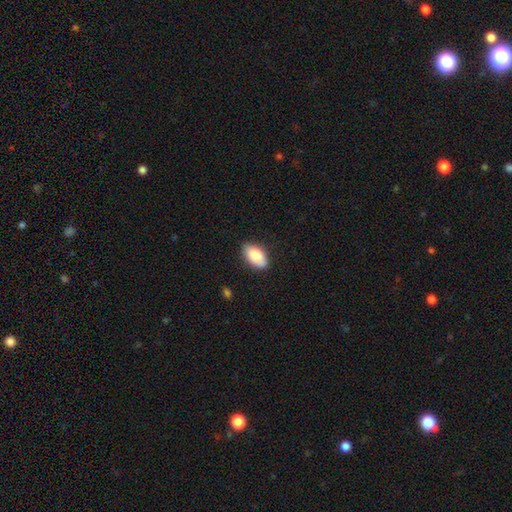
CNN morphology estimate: Q: Smooth or featured?
A: smooth (83%); runner-up: featured or disk (11%)
Q: How rounded?
A: in between (93%); runner-up: round (4%)
Q: Merging?
A: none (84%); runner-up: minor disturbance (12%)